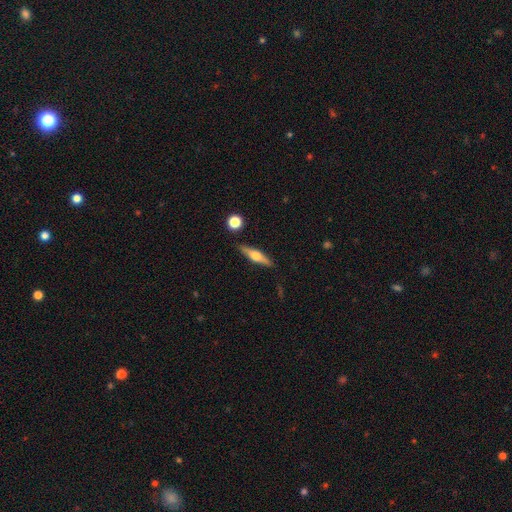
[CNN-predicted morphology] smooth-or-featured: featured or disk: 57% | smooth: 37% | star or artifact: 6%
  disk-edge-on: yes: 94% | no: 6%
    edge-on-bulge: rounded: 93% | boxy: 4% | none: 3%
  merging: none: 87% | minor disturbance: 8% | merger: 2% | major disturbance: 2%